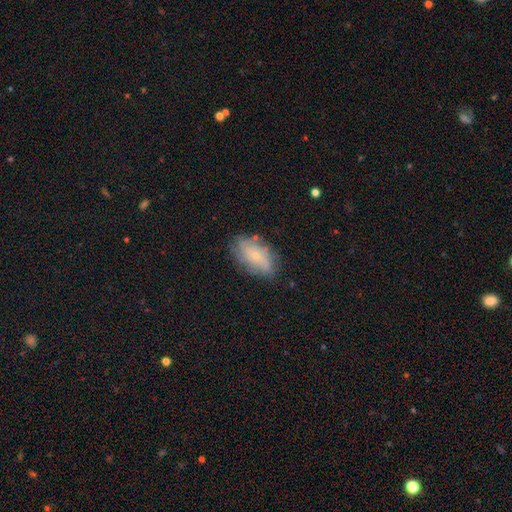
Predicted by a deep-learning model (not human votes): Smooth or featured: smooth — 48% (featured or disk — 44%)
Merging: none — 72% (minor disturbance — 20%)